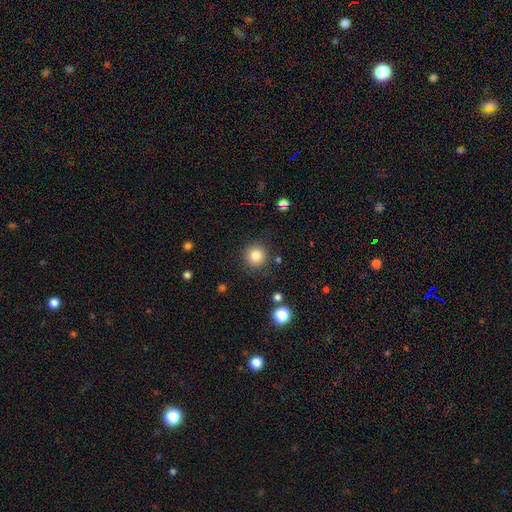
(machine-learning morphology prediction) This is clearly a smooth galaxy (82%). How rounded: clearly round (94%). Merging: clearly none (88%).